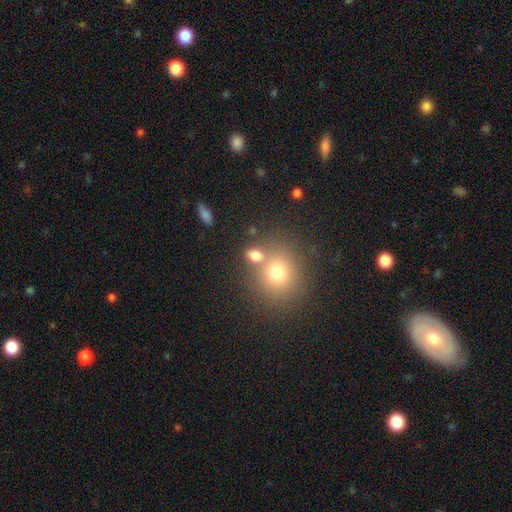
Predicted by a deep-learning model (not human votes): Overall: smooth (76%). How rounded: in between (50%; round 48%). Merging: none (55%; merger 30%).